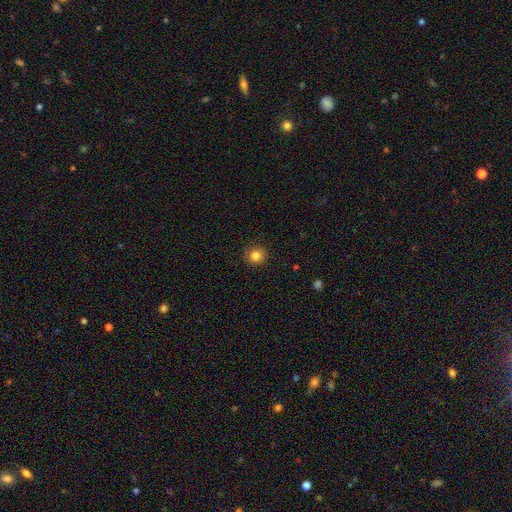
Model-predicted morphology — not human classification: A smooth galaxy with no disk features (83%) that is round (91%).

Vote fractions:
- Smooth or featured? smooth: 83% / star or artifact: 12% / featured or disk: 5%
- How rounded? round: 91% / in between: 8% / cigar-shaped: 1%
- Merging? none: 91% / minor disturbance: 6% / major disturbance: 2% / merger: 1%